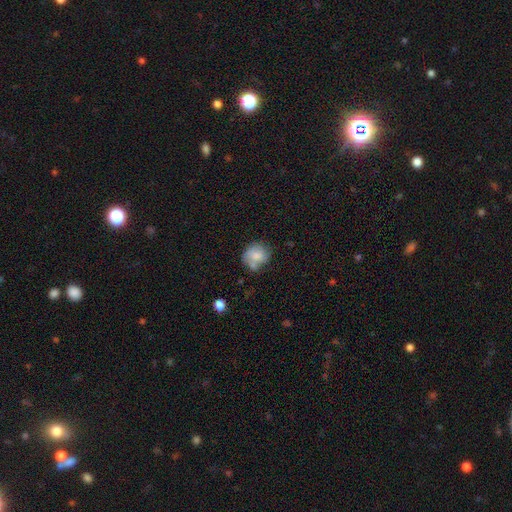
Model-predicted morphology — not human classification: The model was most divided on "merging": none: 50%, minor disturbance: 28%, major disturbance: 13%, merger: 9%. More confident: how rounded — round (74%); smooth or featured — smooth (61%).